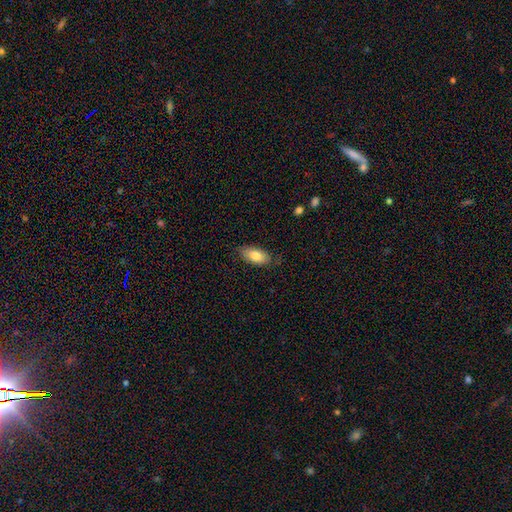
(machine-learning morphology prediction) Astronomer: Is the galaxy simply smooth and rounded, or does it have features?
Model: smooth — 80%.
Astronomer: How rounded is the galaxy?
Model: in between — 92%.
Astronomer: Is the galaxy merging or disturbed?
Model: none — 79%.